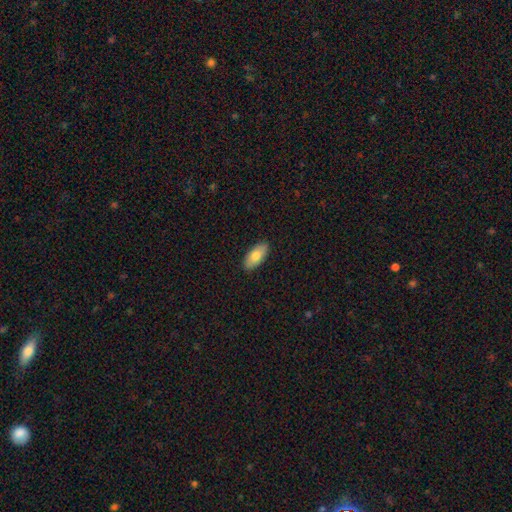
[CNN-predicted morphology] Smooth or featured?
  - smooth: 78% *
  - featured or disk: 16%
  - star or artifact: 6%
How rounded?
  - in between: 91% *
  - cigar-shaped: 6%
  - round: 2%
Merging?
  - none: 89% *
  - minor disturbance: 8%
  - major disturbance: 2%
  - merger: 1%